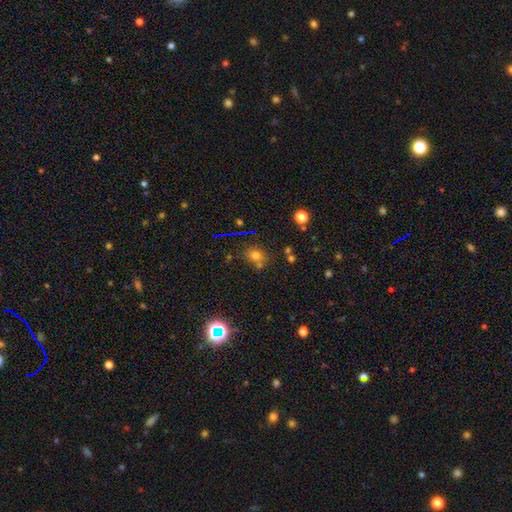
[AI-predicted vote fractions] A smooth galaxy with no disk features (66%) that is round (67%). Merging: none (59%).